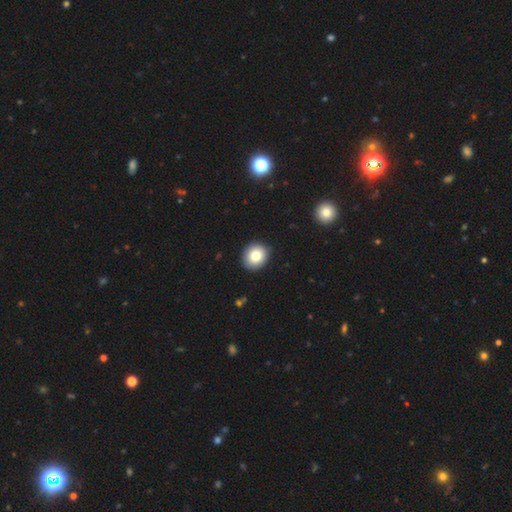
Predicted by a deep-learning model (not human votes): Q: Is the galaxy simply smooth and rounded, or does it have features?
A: smooth — 80%.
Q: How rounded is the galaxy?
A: round — 81%.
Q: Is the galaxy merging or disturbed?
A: none — 91%.